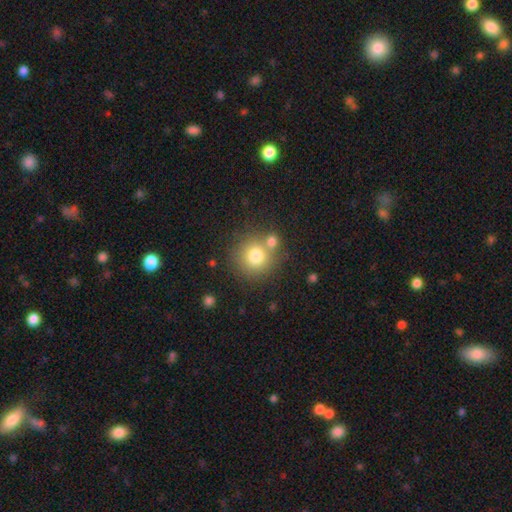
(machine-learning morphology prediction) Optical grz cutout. It shows a smooth galaxy with no disk features (76%) that is round (92%). Merging: none (66%).